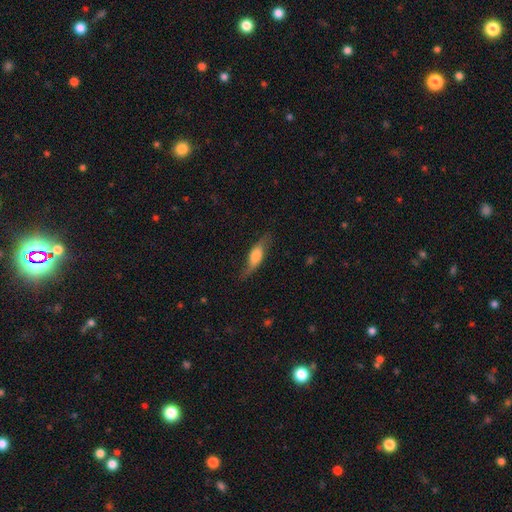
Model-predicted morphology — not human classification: This appears to be a smooth galaxy with no disk features (52%) that is in between round and cigar-shaped (54%). Merging: none (65%).